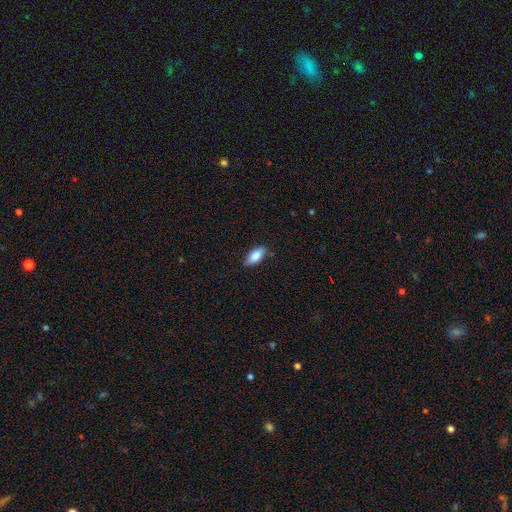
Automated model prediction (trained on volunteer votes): A smooth galaxy with no disk features (84%) that is in between round and cigar-shaped (88%).

Vote fractions:
- Smooth or featured? smooth: 84% / featured or disk: 9% / star or artifact: 7%
- How rounded? in between: 88% / cigar-shaped: 10% / round: 3%
- Merging? none: 82% / minor disturbance: 14% / major disturbance: 2% / merger: 1%